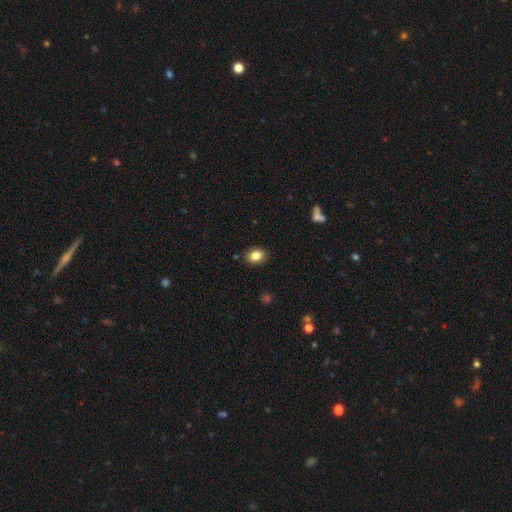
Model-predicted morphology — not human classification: Smooth or featured: smooth — 84% (star or artifact — 9%)
How rounded: in between — 64% (round — 35%)
Merging: none — 87% (minor disturbance — 9%)